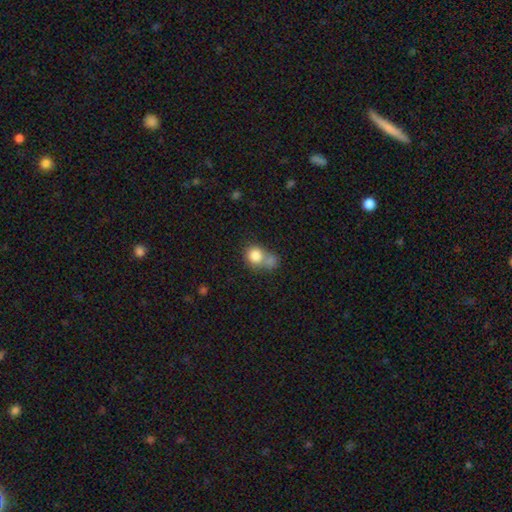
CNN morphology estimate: The model was most divided on "merging": merger: 48%, none: 34%, minor disturbance: 12%, major disturbance: 7%. More confident: smooth or featured — smooth (81%); how rounded — round (74%).